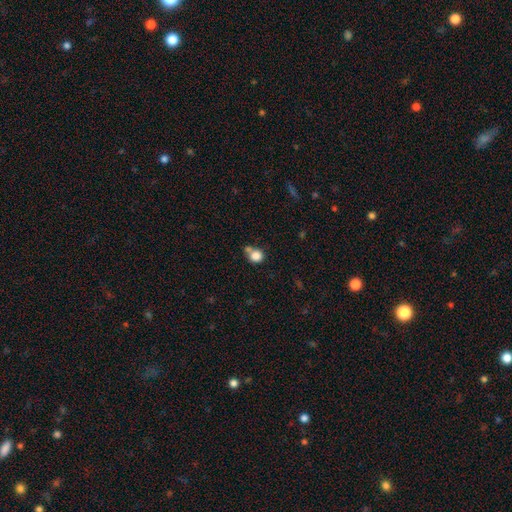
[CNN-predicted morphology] Q: Smooth or featured?
A: smooth (83%); runner-up: star or artifact (10%)
Q: How rounded?
A: round (84%); runner-up: in between (15%)
Q: Merging?
A: none (49%); runner-up: merger (32%)